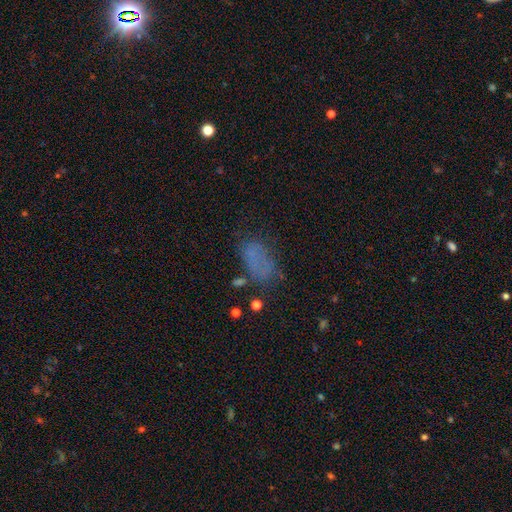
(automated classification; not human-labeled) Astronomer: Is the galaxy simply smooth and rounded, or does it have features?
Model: smooth — 57%.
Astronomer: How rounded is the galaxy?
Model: in between — 88%.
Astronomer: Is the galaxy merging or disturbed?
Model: none — 50%.